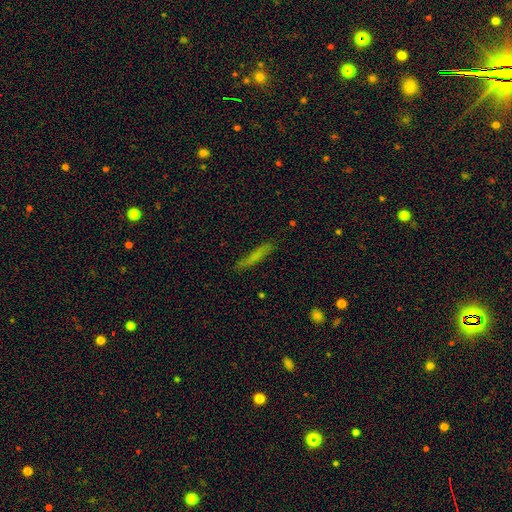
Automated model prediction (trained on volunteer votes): smooth-or-featured: smooth: 68% | featured or disk: 23% | star or artifact: 9%
  how-rounded: cigar-shaped: 91% | in between: 7% | round: 2%
  merging: none: 80% | minor disturbance: 15% | major disturbance: 3% | merger: 2%